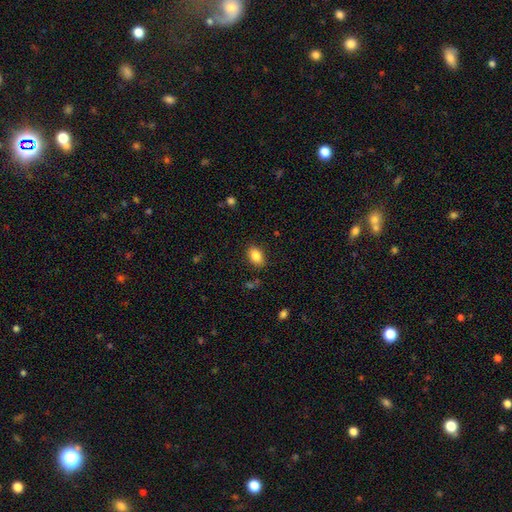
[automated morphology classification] Smooth or featured? Predicted: smooth (p=0.85). How rounded? Predicted: in between (p=0.87). Merging? Predicted: none (p=0.84).